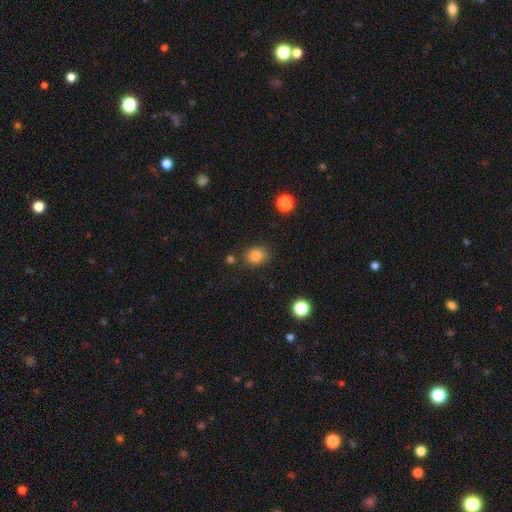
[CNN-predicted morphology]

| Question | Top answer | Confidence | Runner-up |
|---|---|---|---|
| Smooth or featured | smooth | 84% | star or artifact (11%) |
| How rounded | round | 56% | in between (43%) |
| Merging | none | 80% | minor disturbance (12%) |